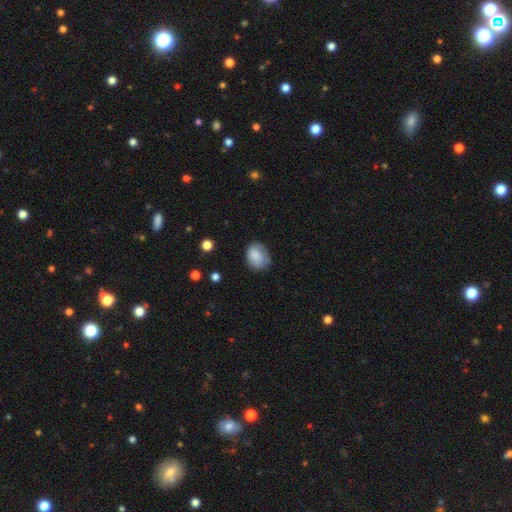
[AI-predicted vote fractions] Morphology: type=smooth (78%); roundness=in between (56%); merging=none (60%).